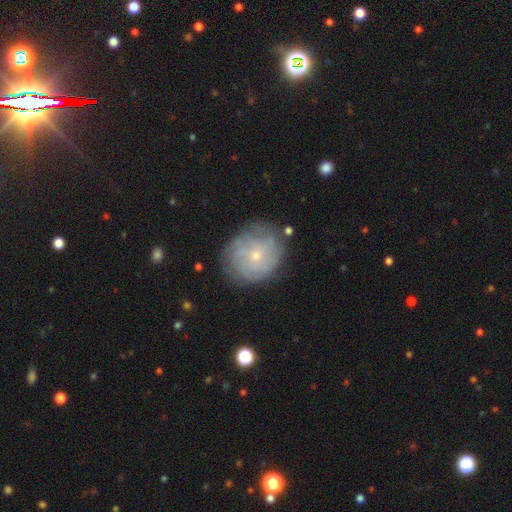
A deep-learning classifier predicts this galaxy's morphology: Smooth or featured?
  - featured or disk: 66% *
  - smooth: 26%
  - star or artifact: 8%
Edge-on disk?
  - no: 98% *
  - yes: 2%
Bar?
  - no: 80% *
  - weak: 18%
  - strong: 2%
Spiral arms?
  - yes: 83% *
  - no: 17%
Spiral winding?
  - tight: 64% *
  - medium: 26%
  - loose: 10%
Spiral arm count?
  - can't tell: 52% *
  - 4: 15%
  - 3: 10%
  - more than 4: 9%
  - 2: 9%
  - 1: 6%
Bulge size?
  - small: 72% *
  - moderate: 24%
  - none: 2%
  - large: 1%
  - dominant: 1%
Merging?
  - none: 75% *
  - minor disturbance: 17%
  - major disturbance: 6%
  - merger: 2%